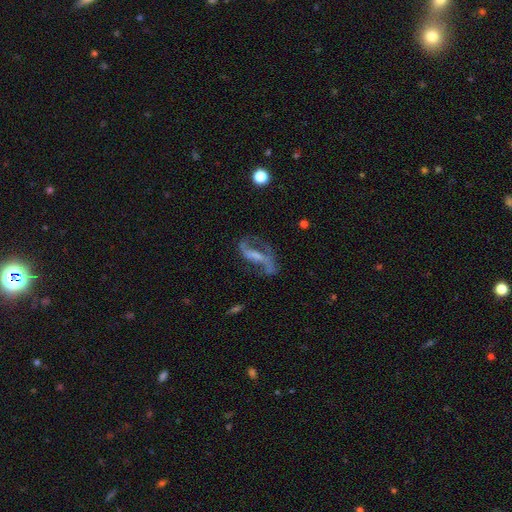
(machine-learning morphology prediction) Smooth or featured? featured or disk (79%)
Edge-on disk? no (90%)
Bar? strong (39%)
Spiral arms? yes (86%)
Spiral winding? loose (64%)
Spiral arm count? 2 (86%)
Bulge size? small (45%)
Merging? none (57%)